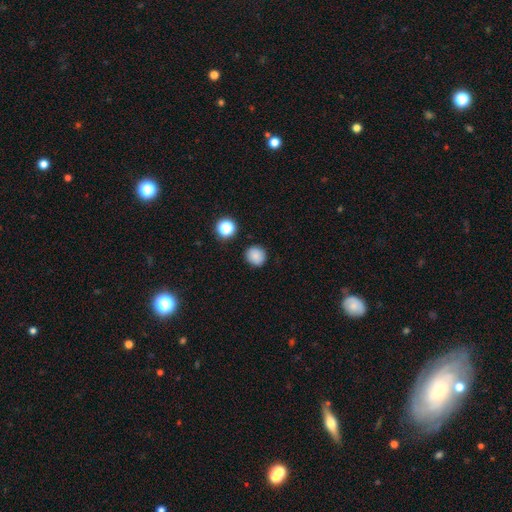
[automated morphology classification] The model was most divided on "smooth or featured": smooth: 84%, star or artifact: 11%, featured or disk: 4%. More confident: how rounded — round (88%); merging — none (88%).